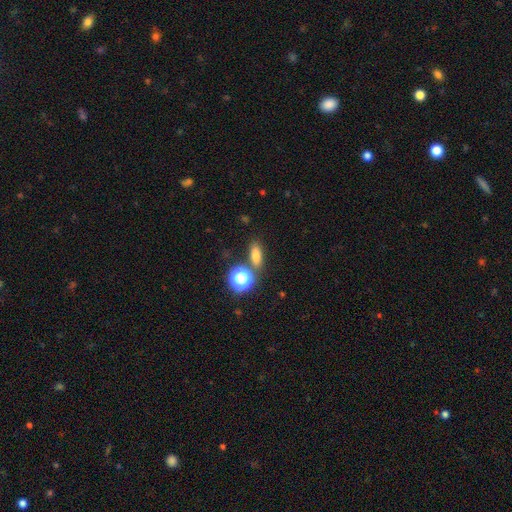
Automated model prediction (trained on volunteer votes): A smooth galaxy with no disk features (73%) that is in between round and cigar-shaped (63%).

Vote fractions:
- Smooth or featured? smooth: 73% / star or artifact: 18% / featured or disk: 9%
- How rounded? in between: 63% / round: 21% / cigar-shaped: 16%
- Merging? none: 76% / minor disturbance: 11% / merger: 9% / major disturbance: 4%